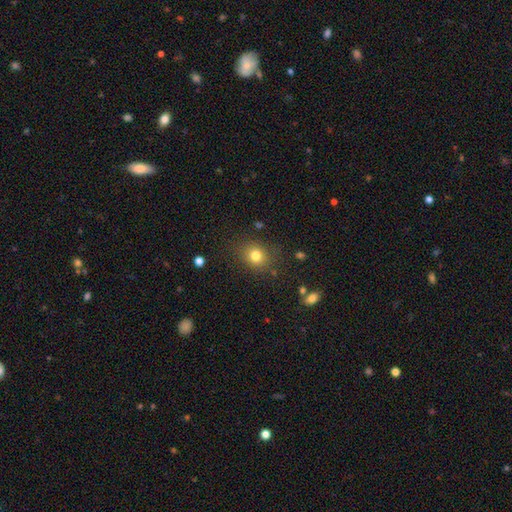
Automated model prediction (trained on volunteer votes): This appears to be a smooth galaxy with no disk features (78%) that is round (71%). Merging: none (82%).